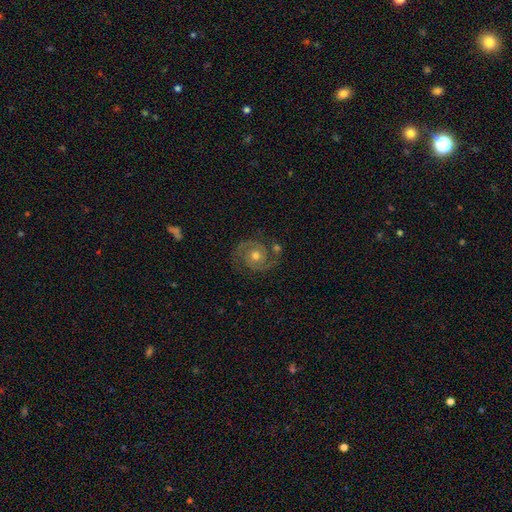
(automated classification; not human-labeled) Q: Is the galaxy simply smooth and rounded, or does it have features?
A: featured or disk — 87%.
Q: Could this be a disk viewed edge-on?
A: no — 98%.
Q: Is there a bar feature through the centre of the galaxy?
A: no — 78%.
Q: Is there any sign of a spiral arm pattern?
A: yes — 97%.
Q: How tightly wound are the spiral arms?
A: tight — 54%.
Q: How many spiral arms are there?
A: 2 — 93%.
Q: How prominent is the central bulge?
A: moderate — 72%.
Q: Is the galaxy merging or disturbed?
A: none — 81%.